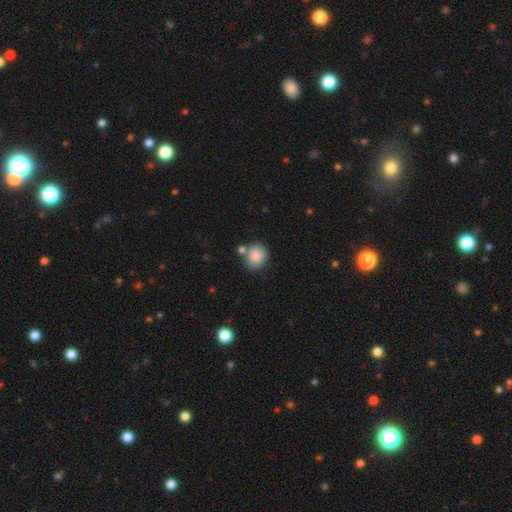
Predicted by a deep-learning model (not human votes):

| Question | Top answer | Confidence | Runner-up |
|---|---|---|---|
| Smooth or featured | smooth | 86% | star or artifact (8%) |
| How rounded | round | 80% | in between (19%) |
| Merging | none | 72% | merger (14%) |